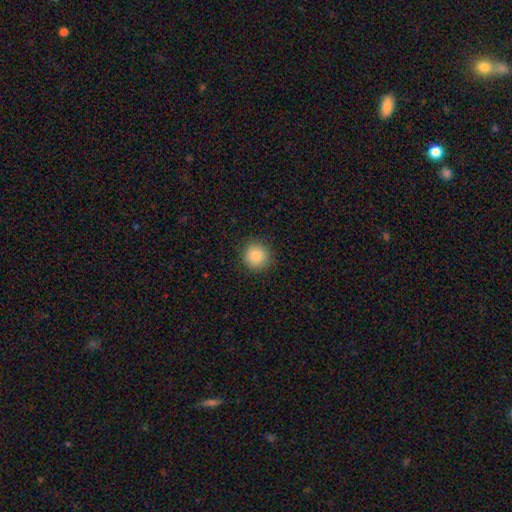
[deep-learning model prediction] Smooth or featured? smooth (85%)
How rounded? round (93%)
Merging? none (90%)